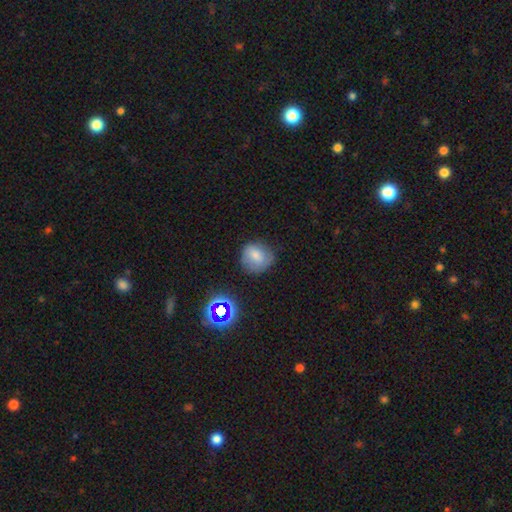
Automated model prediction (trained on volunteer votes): Overall: smooth (73%). How rounded: round (79%). Merging: none (68%).